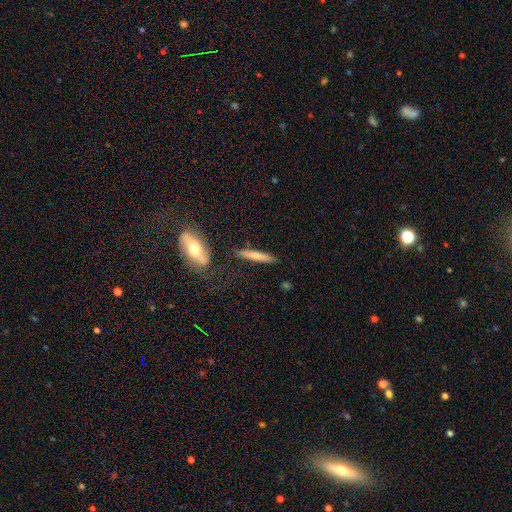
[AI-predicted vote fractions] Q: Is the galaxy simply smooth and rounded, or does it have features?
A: smooth — 62%.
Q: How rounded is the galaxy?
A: cigar-shaped — 91%.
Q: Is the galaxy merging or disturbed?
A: none — 84%.